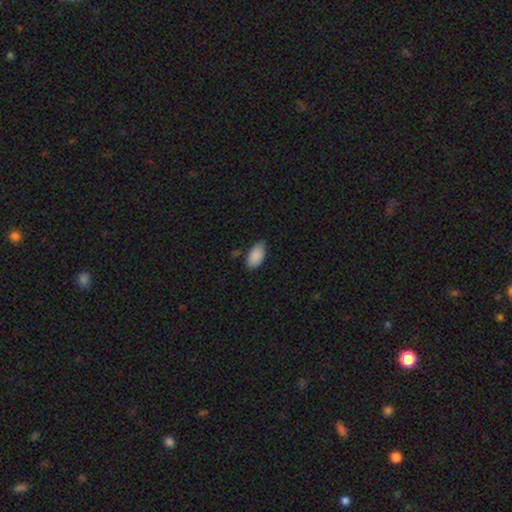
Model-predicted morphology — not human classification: Smooth or featured? smooth (89%)
How rounded? in between (94%)
Merging? none (70%)